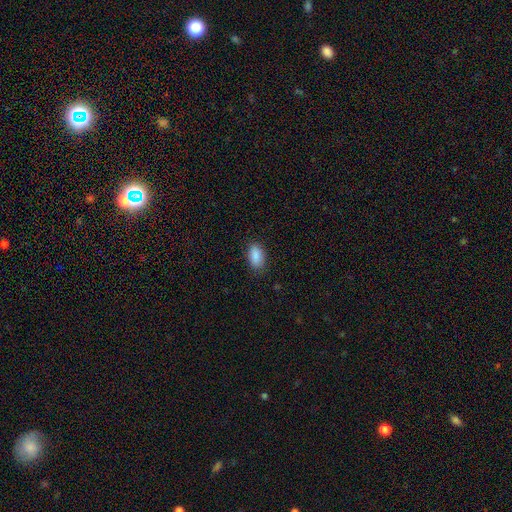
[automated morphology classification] type=smooth (89%); roundness=in between (93%); merging=none (85%).